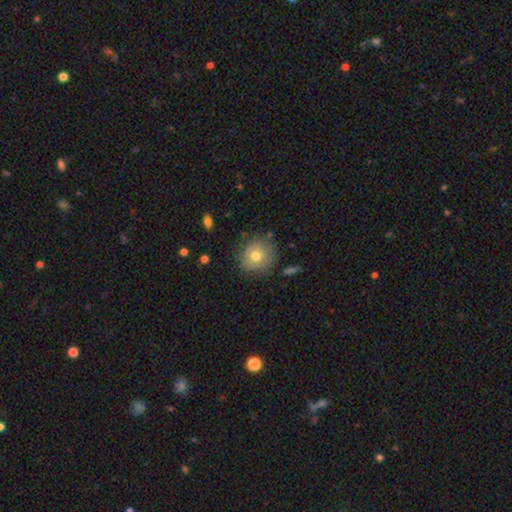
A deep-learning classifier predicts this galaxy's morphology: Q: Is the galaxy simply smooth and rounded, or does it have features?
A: smooth — 67%.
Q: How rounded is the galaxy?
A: round — 87%.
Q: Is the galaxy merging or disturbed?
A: none — 78%.